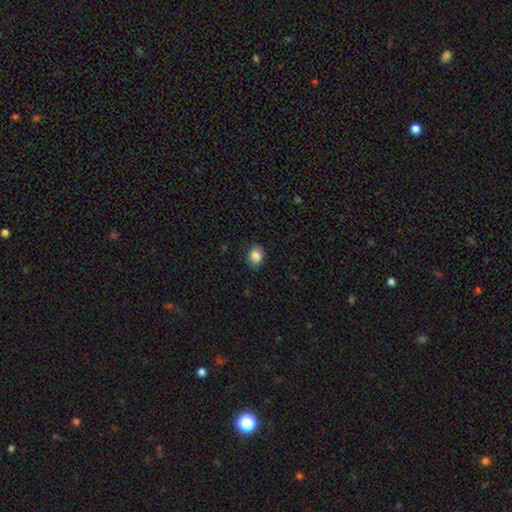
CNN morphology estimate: A smooth galaxy with no disk features (85%) that is in between round and cigar-shaped (58%).

Vote fractions:
- Smooth or featured? smooth: 85% / star or artifact: 9% / featured or disk: 6%
- How rounded? in between: 58% / round: 41% / cigar-shaped: 1%
- Merging? none: 88% / minor disturbance: 10% / major disturbance: 2% / merger: 1%